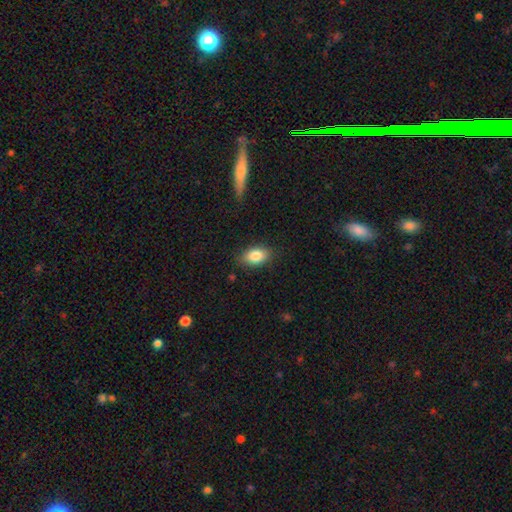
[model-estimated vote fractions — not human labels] smooth_or_featured: smooth (p=0.84) [alt: featured or disk p=0.08]
how_rounded: in between (p=0.87) [alt: round p=0.11]
merging: none (p=0.84) [alt: minor disturbance p=0.12]